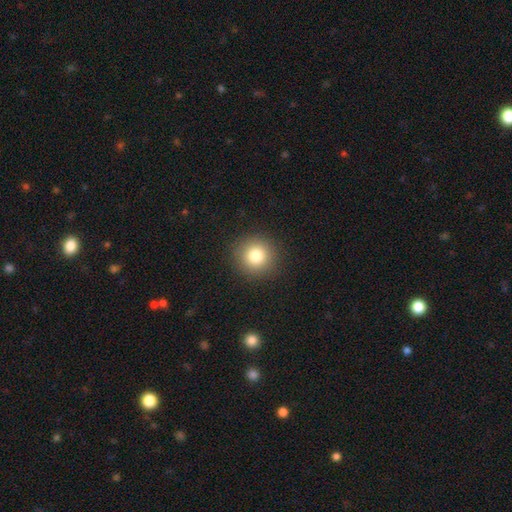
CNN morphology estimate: Smooth or featured: smooth — 81% (star or artifact — 11%)
How rounded: round — 94% (in between — 5%)
Merging: none — 91% (minor disturbance — 6%)